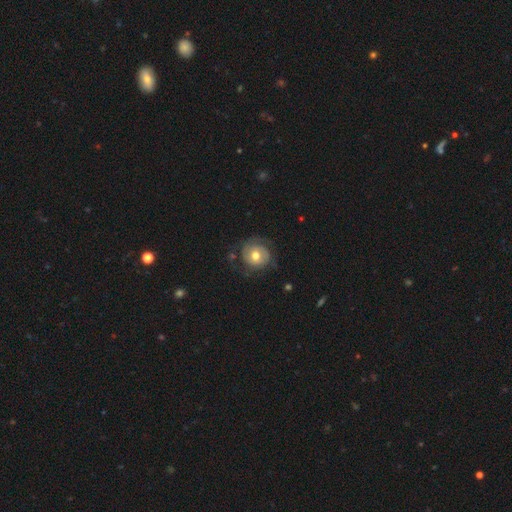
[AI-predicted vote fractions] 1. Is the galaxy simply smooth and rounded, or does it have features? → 60% featured or disk, 34% smooth, 7% star or artifact.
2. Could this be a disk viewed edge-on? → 97% no, 3% yes.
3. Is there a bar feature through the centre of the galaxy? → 74% no, 20% weak, 5% strong.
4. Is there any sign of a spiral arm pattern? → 77% yes, 23% no.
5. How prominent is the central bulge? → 78% moderate, 11% large, 9% small, 1% dominant, 1% none.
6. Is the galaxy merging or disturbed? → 67% none, 18% minor disturbance, 13% major disturbance, 2% merger.